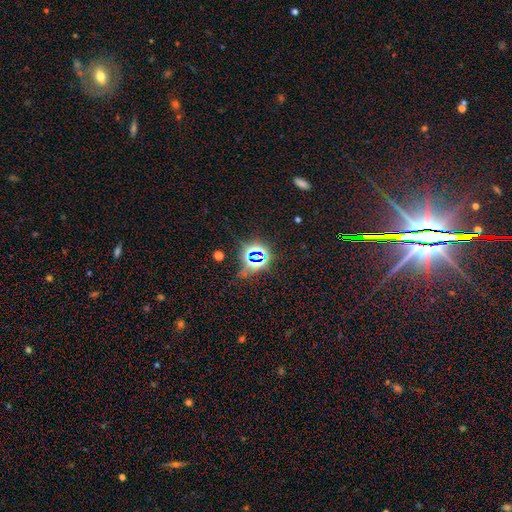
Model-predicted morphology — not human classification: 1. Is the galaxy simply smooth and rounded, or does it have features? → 76% star or artifact, 15% smooth, 8% featured or disk.